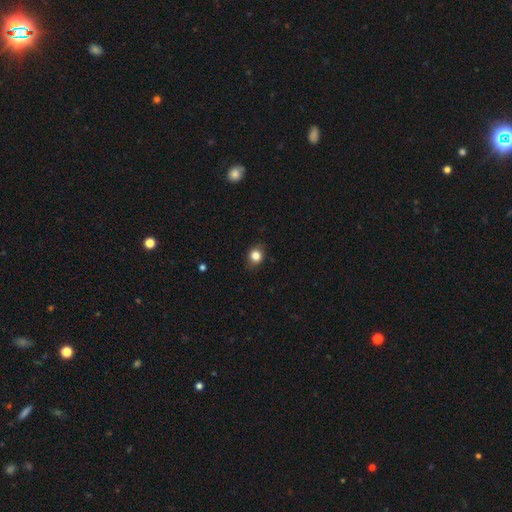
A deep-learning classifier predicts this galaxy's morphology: The model was most divided on "how rounded": round: 73%, in between: 26%, cigar-shaped: 1%. More confident: merging — none (85%); smooth or featured — smooth (83%).